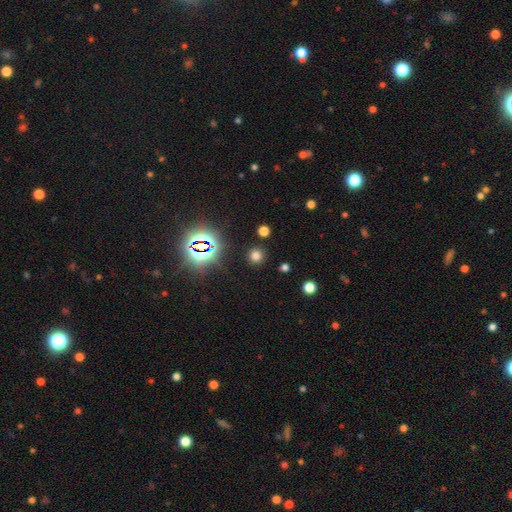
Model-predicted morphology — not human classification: The model was most divided on "smooth or featured": smooth: 69%, star or artifact: 25%, featured or disk: 6%. More confident: how rounded — round (92%); merging — none (88%).